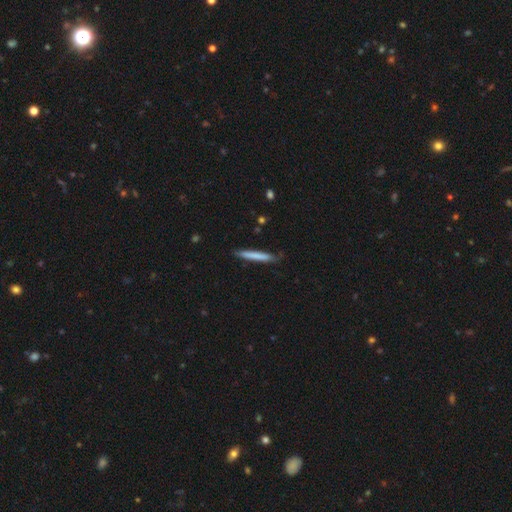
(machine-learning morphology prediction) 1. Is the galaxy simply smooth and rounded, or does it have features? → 74% smooth, 21% featured or disk, 5% star or artifact.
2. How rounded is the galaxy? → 96% cigar-shaped, 3% in between, 1% round.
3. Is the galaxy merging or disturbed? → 80% none, 16% minor disturbance, 3% major disturbance, 2% merger.